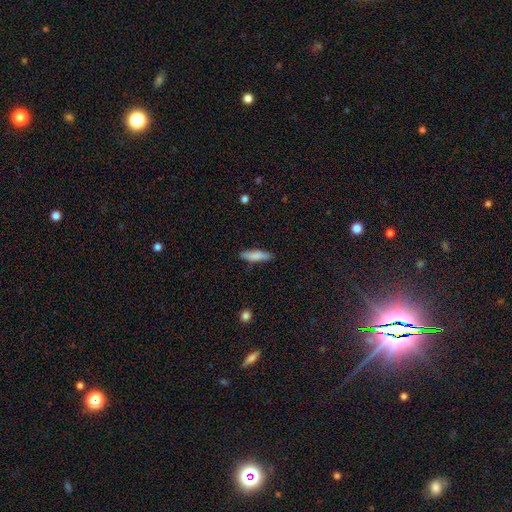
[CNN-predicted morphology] This is clearly a smooth galaxy (83%). How rounded: likely cigar-shaped (69%). Merging: clearly none (85%).